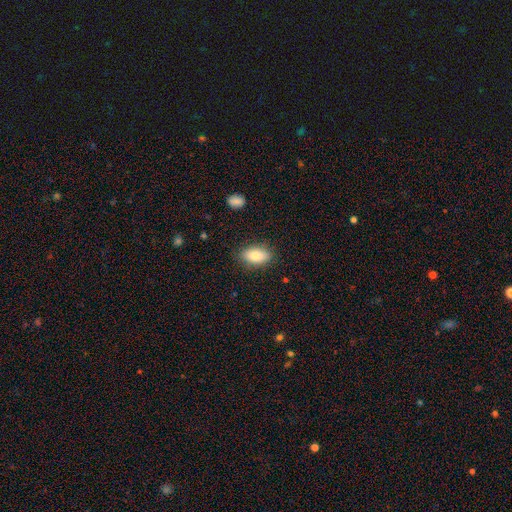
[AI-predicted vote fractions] Morphology: type=smooth (82%); roundness=in between (90%); merging=none (85%).